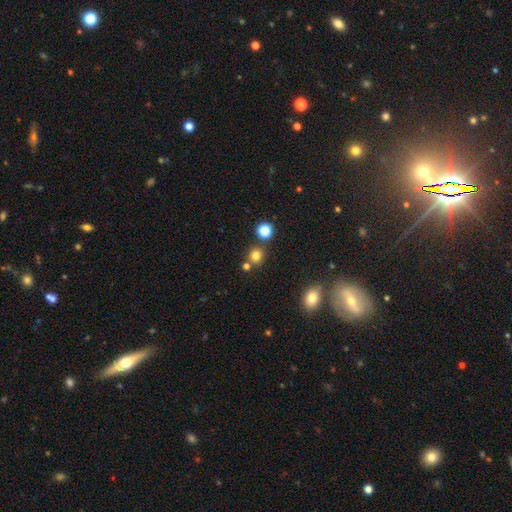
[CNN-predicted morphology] Smooth or featured? smooth (77%)
How rounded? round (86%)
Merging? none (75%)